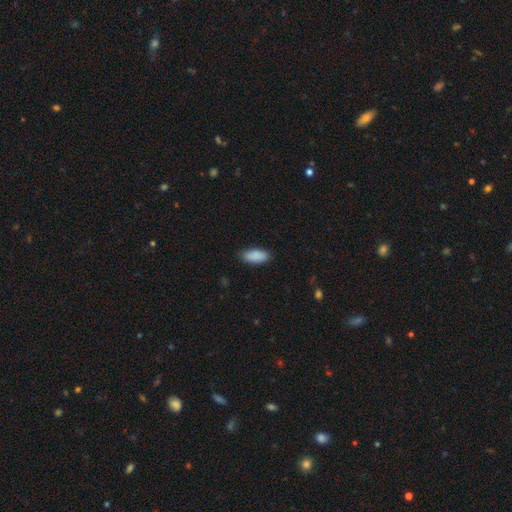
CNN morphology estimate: This appears to be a smooth galaxy with no disk features (90%) that is in between round and cigar-shaped (87%). Merging: none (86%).